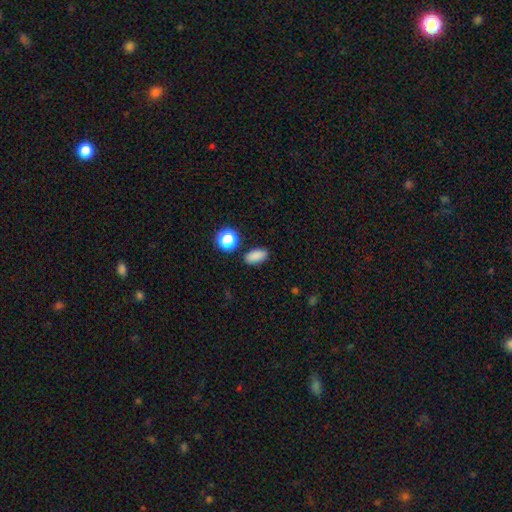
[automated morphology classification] Smooth or featured? smooth (84%)
How rounded? in between (86%)
Merging? none (84%)